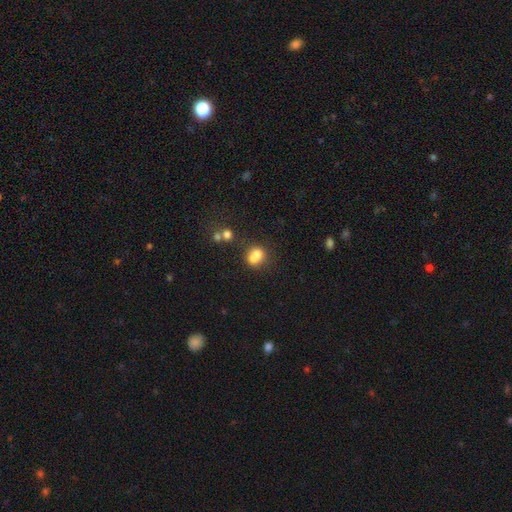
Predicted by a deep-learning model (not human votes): Smooth or featured: smooth — 71% (featured or disk — 18%)
How rounded: round — 72% (in between — 27%)
Merging: merger — 55% (none — 31%)